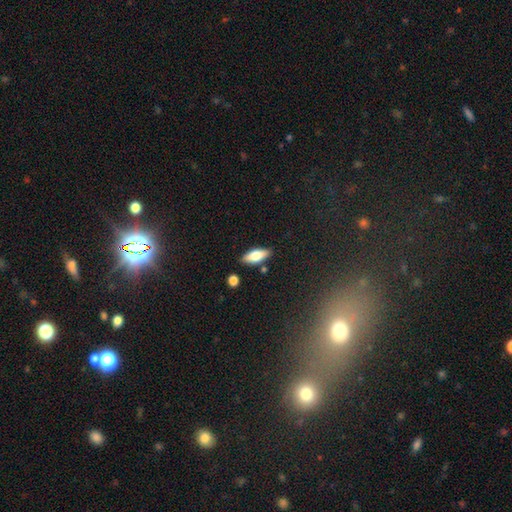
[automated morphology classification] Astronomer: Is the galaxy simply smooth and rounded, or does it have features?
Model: smooth — 67%.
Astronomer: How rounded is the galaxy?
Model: in between — 74%.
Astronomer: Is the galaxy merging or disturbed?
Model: none — 83%.